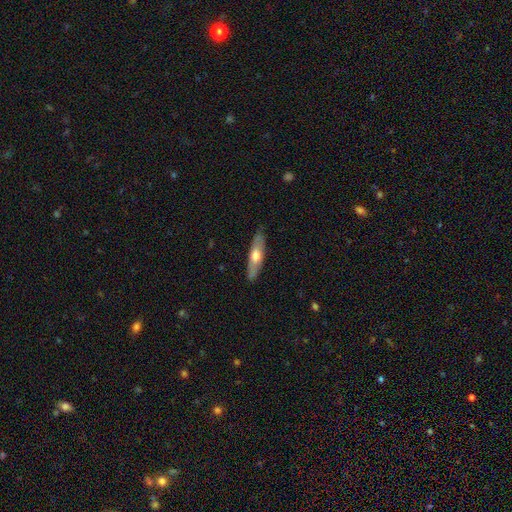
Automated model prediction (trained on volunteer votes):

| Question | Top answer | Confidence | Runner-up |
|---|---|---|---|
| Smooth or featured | smooth | 52% | featured or disk (42%) |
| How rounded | cigar-shaped | 66% | in between (32%) |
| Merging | none | 84% | minor disturbance (12%) |